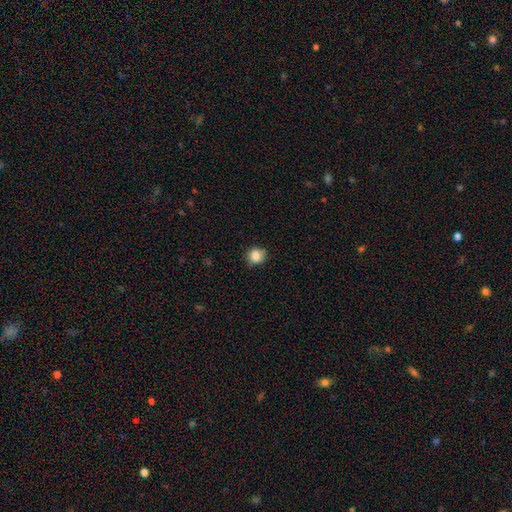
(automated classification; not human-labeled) This is clearly a smooth galaxy (83%). How rounded: likely round (77%). Merging: likely none (74%).